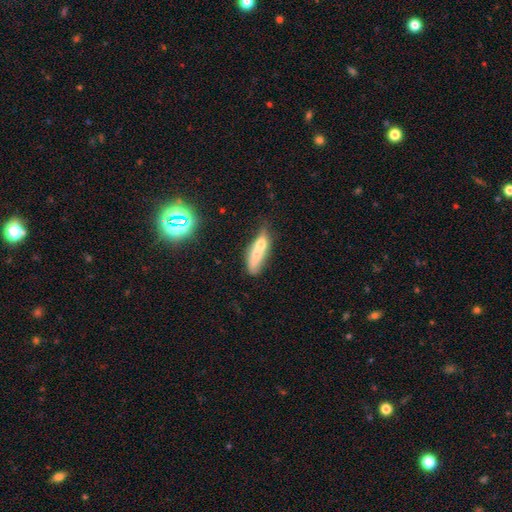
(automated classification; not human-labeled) Smooth or featured? smooth (62%)
How rounded? in between (49%)
Merging? merger (41%)